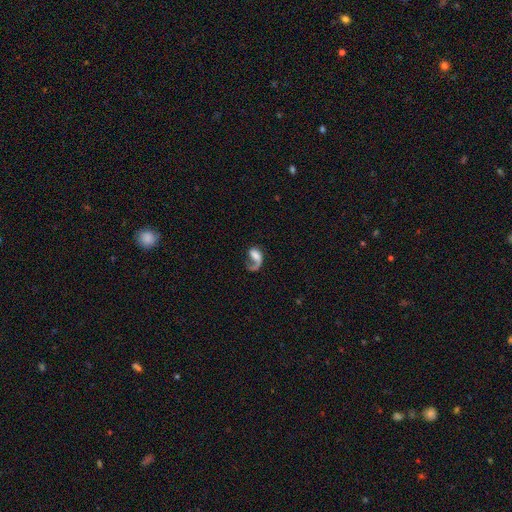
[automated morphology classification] Smooth or featured? Predicted: featured or disk (p=0.61). Edge-on disk? Predicted: no (p=0.96). Bar? Predicted: no (p=0.63). Spiral arms? Predicted: yes (p=0.84). Bulge size? Predicted: none (p=0.30). Merging? Predicted: major disturbance (p=0.48).